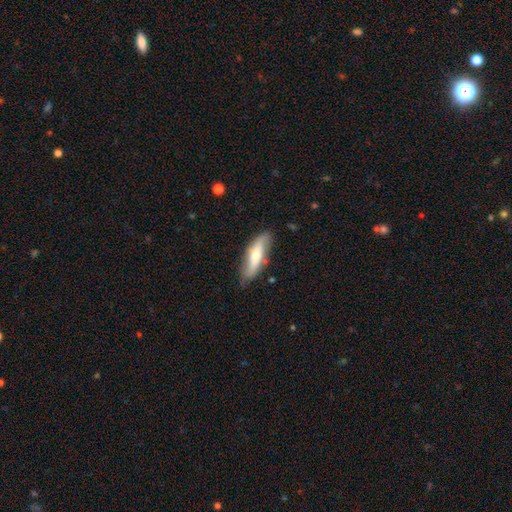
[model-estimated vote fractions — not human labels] Morphology: type=smooth (57%); roundness=cigar-shaped (55%); merging=none (75%).